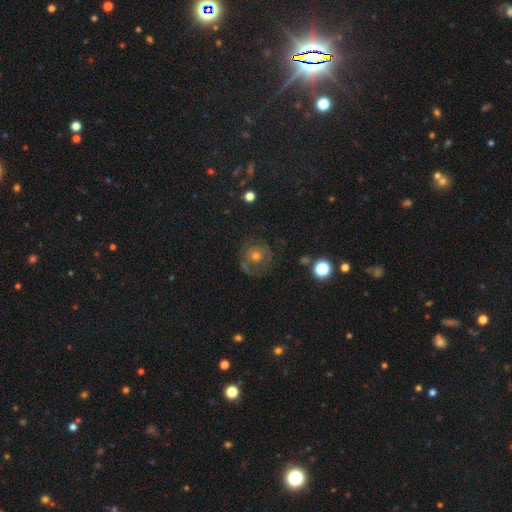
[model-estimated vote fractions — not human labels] smooth_or_featured: featured or disk (p=0.44) [tied with: smooth p=0.44]
merging: none (p=0.66) [alt: minor disturbance p=0.18]